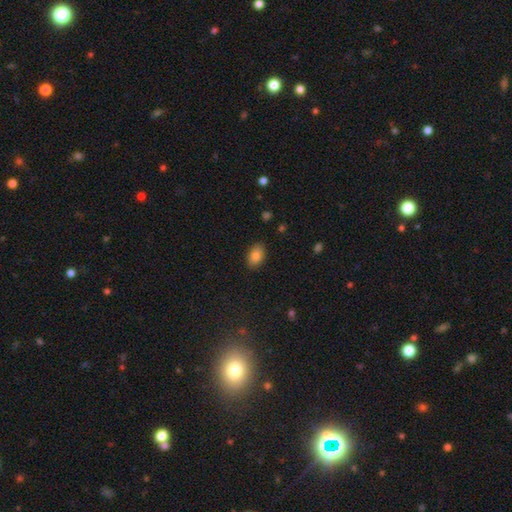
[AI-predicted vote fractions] The model was most divided on "smooth or featured": smooth: 85%, star or artifact: 9%, featured or disk: 7%. More confident: how rounded — in between (88%); merging — none (87%).